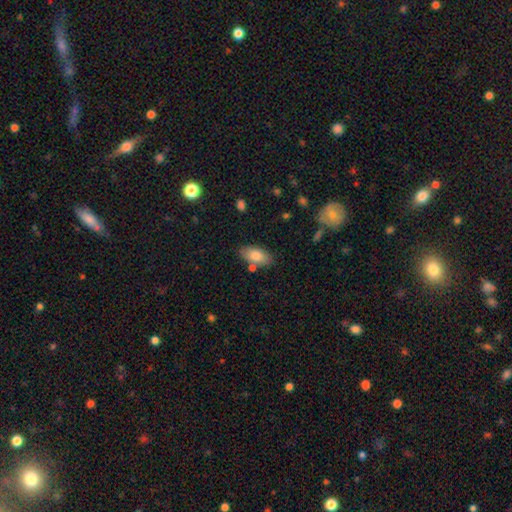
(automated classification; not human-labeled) A smooth galaxy with no disk features (80%) that is in between round and cigar-shaped (92%). Merging: none (78%).